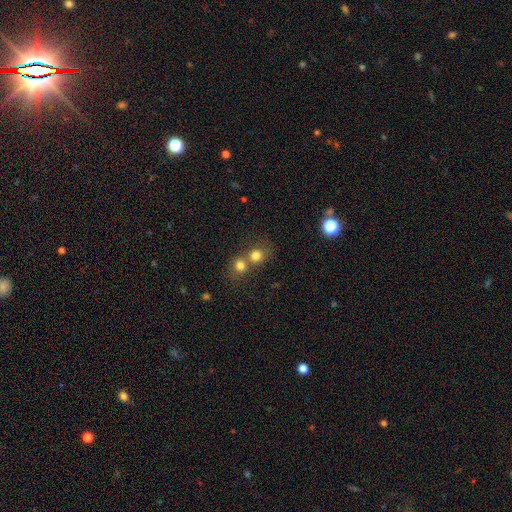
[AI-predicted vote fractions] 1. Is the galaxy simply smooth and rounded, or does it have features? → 76% smooth, 14% star or artifact, 10% featured or disk.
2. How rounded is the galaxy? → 80% round, 19% in between, 1% cigar-shaped.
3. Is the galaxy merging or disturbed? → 53% merger, 38% none, 6% minor disturbance, 3% major disturbance.